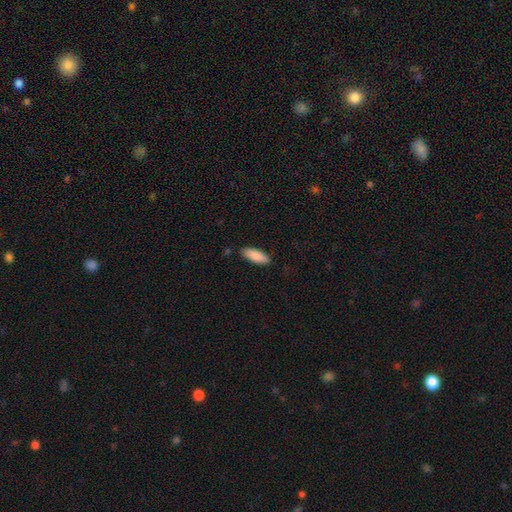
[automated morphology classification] This appears to be a smooth galaxy with no disk features (88%) that is in between round and cigar-shaped (67%). Merging: none (86%).